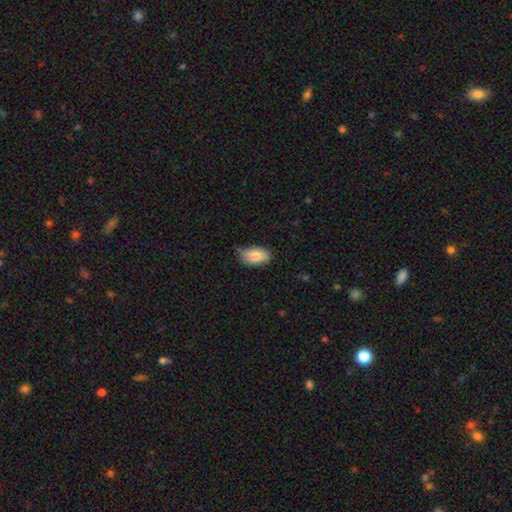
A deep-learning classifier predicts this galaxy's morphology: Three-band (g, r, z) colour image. It shows a smooth galaxy with no disk features (86%) that is in between round and cigar-shaped (94%). Merging: none (76%).